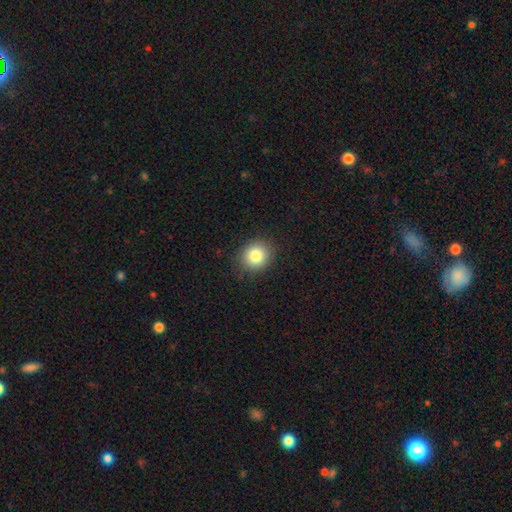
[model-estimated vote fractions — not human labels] Smooth or featured: smooth — 83% (star or artifact — 10%)
How rounded: round — 76% (in between — 23%)
Merging: none — 87% (minor disturbance — 9%)